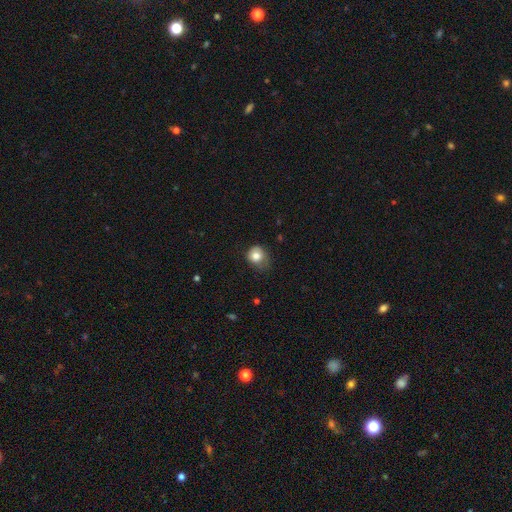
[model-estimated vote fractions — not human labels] smooth 80%, featured or disk 11%, star or artifact 9%. Down the decision tree: how rounded — round (69%); merging — none (44%).